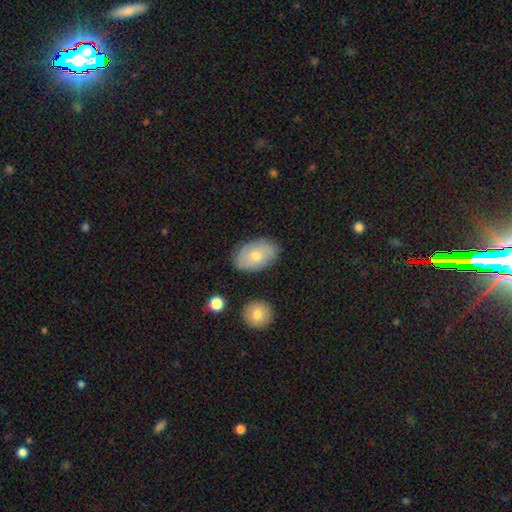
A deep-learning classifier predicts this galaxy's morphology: Smooth or featured? Predicted: smooth (p=0.57). How rounded? Predicted: in between (p=0.89). Merging? Predicted: none (p=0.82).